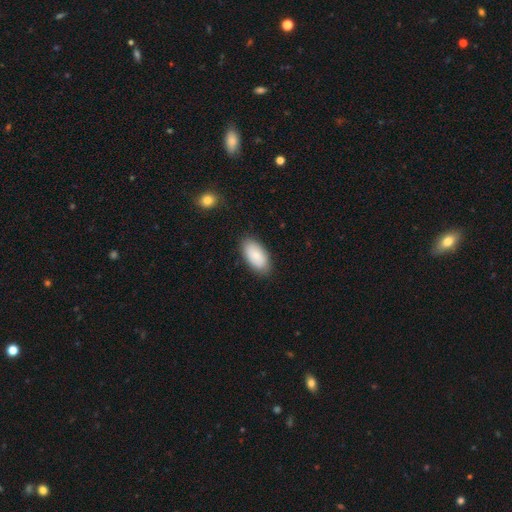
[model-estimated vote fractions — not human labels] The model was most divided on "smooth or featured": smooth: 82%, featured or disk: 12%, star or artifact: 6%. More confident: how rounded — in between (94%); merging — none (84%).